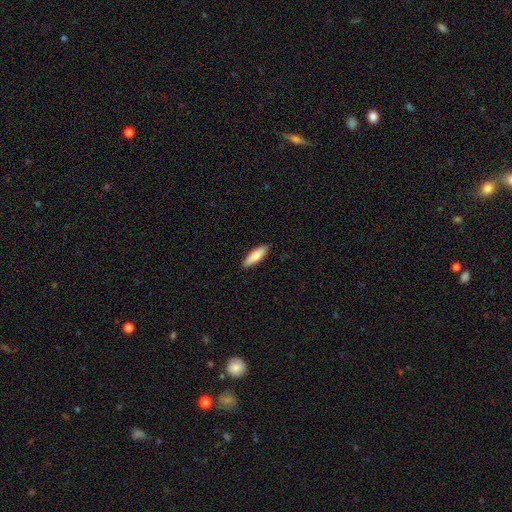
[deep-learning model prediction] This is likely a smooth galaxy (78%). How rounded: possibly in between (51%). Merging: clearly none (90%).